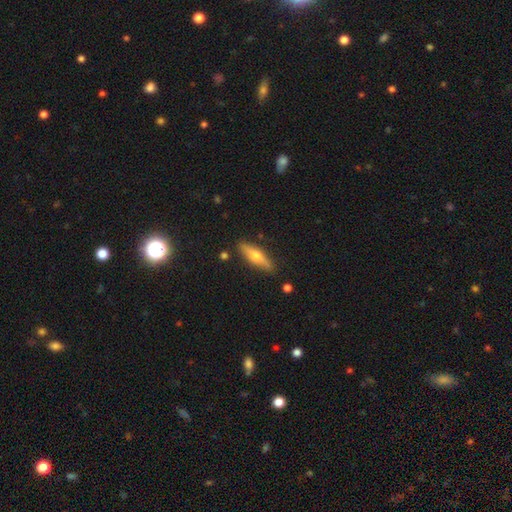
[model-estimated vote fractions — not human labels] The model was most divided on "smooth or featured": featured or disk: 54%, smooth: 39%, star or artifact: 7%. More confident: edge-on disk — yes (92%); merging — none (87%).